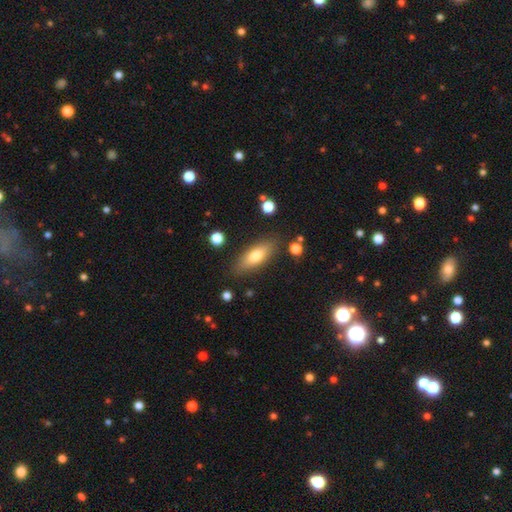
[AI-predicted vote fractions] Q: Smooth or featured?
A: smooth (73%); runner-up: featured or disk (20%)
Q: How rounded?
A: in between (65%); runner-up: cigar-shaped (32%)
Q: Merging?
A: none (82%); runner-up: minor disturbance (12%)